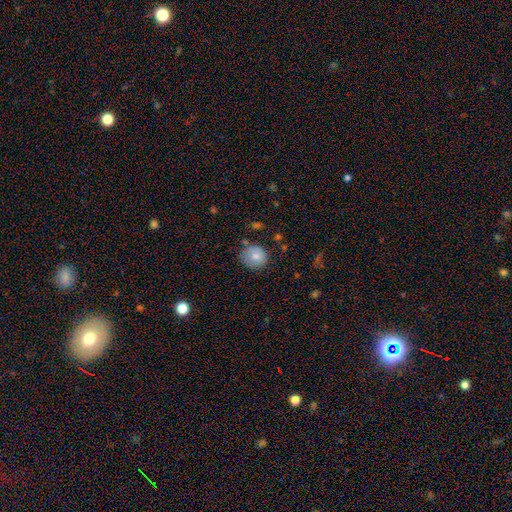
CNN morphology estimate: Q: Smooth or featured?
A: smooth (78%); runner-up: featured or disk (13%)
Q: How rounded?
A: round (83%); runner-up: in between (16%)
Q: Merging?
A: none (72%); runner-up: minor disturbance (20%)